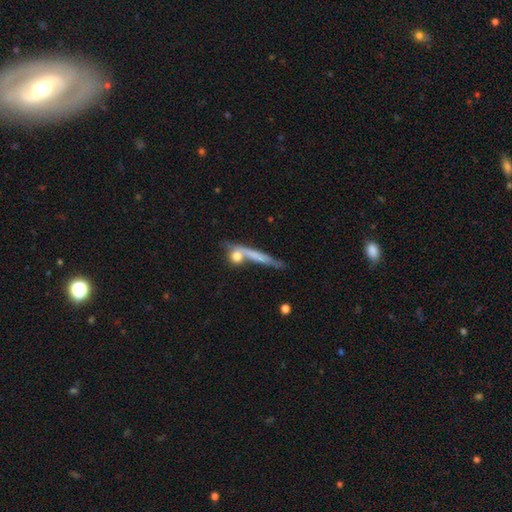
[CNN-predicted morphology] type=smooth (55%); roundness=cigar-shaped (80%); merging=none (52%).